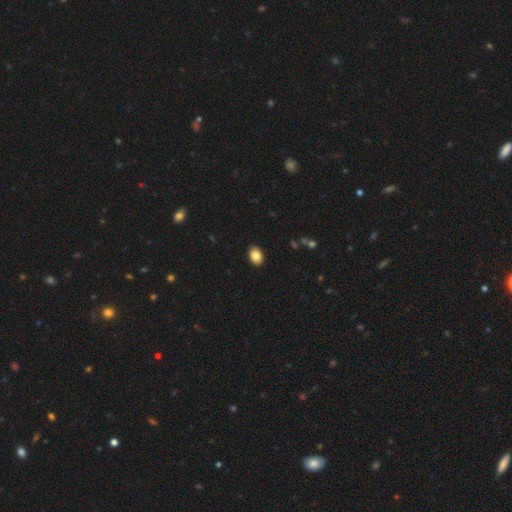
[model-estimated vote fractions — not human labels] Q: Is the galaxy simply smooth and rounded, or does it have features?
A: smooth — 86%.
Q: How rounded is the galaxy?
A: in between — 84%.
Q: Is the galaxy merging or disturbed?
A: none — 90%.